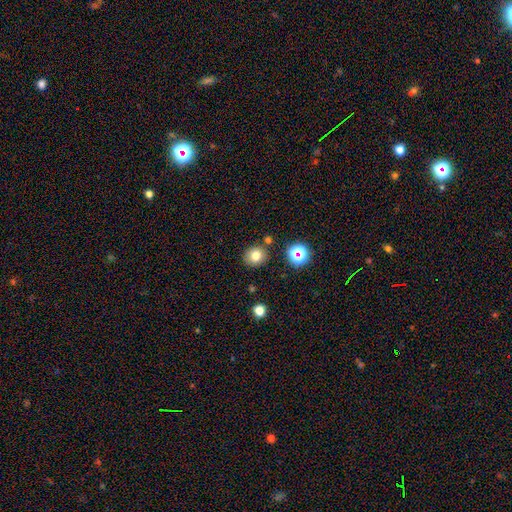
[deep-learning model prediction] A smooth galaxy with no disk features (76%) that is round (81%).

Vote fractions:
- Smooth or featured? smooth: 76% / star or artifact: 15% / featured or disk: 9%
- How rounded? round: 81% / in between: 18% / cigar-shaped: 1%
- Merging? none: 82% / minor disturbance: 8% / merger: 6% / major disturbance: 3%